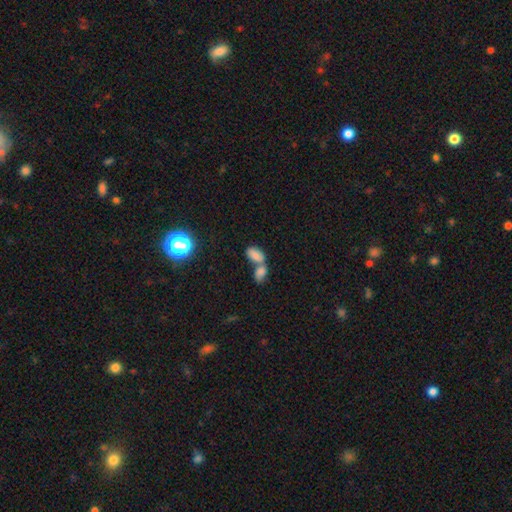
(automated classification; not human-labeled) Morphology: type=smooth (78%); roundness=in between (92%); merging=merger (69%).